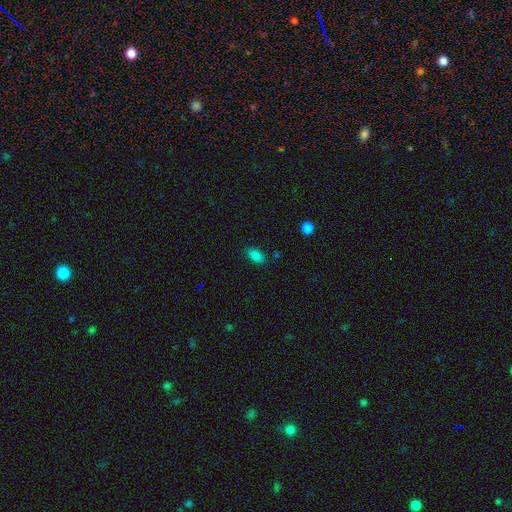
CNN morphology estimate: smooth_or_featured: smooth (p=0.84) [alt: star or artifact p=0.11]
how_rounded: in between (p=0.91) [alt: round p=0.05]
merging: none (p=0.84) [alt: minor disturbance p=0.12]